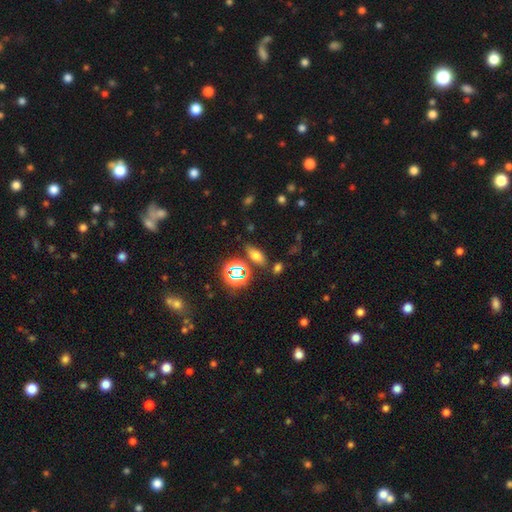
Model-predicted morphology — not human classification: This appears to be a smooth galaxy with no disk features (60%) that is in between round and cigar-shaped (74%). Merging: none (77%).